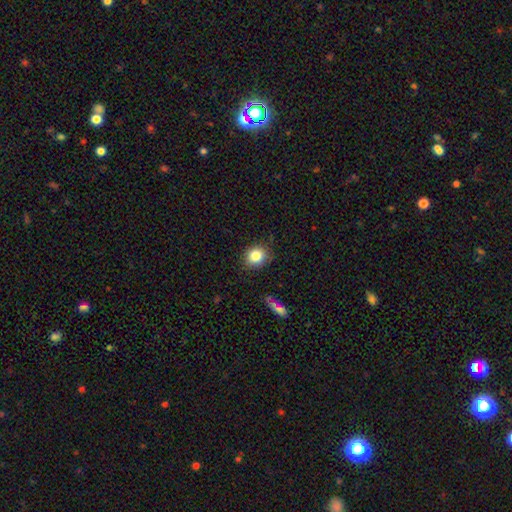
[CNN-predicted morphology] smooth_or_featured: smooth (p=0.83) [alt: star or artifact p=0.10]
how_rounded: round (p=0.69) [alt: in between p=0.30]
merging: none (p=0.82) [alt: minor disturbance p=0.13]